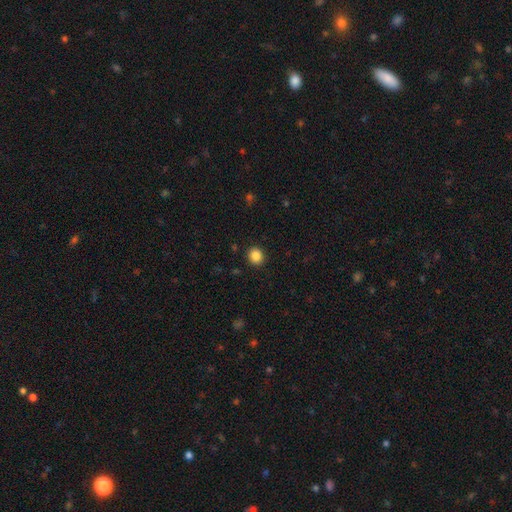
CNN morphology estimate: type=smooth (86%); roundness=round (82%); merging=none (91%).